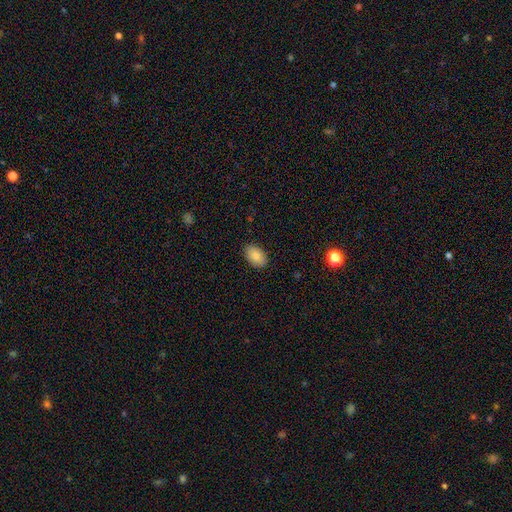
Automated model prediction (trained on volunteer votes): This is clearly a smooth galaxy (85%). How rounded: clearly in between (91%). Merging: clearly none (88%).